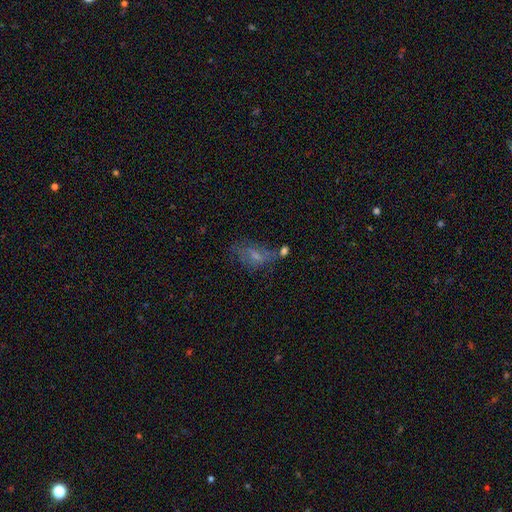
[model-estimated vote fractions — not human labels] A smooth galaxy with no disk features (48%). Merging: none (43%).